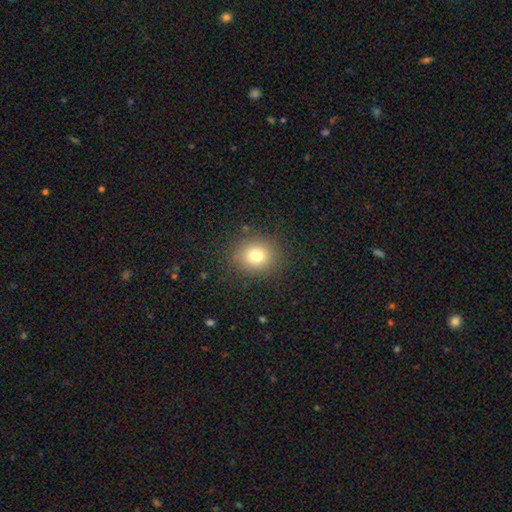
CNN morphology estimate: The model was most divided on "smooth or featured": smooth: 75%, star or artifact: 15%, featured or disk: 10%. More confident: merging — none (87%); how rounded — round (82%).